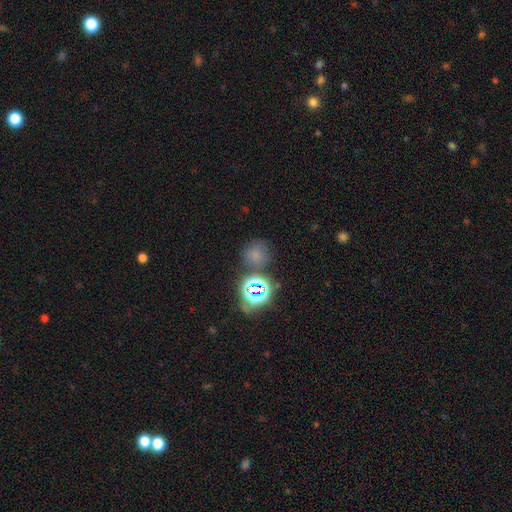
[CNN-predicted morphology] Smooth or featured? smooth (60%)
How rounded? round (83%)
Merging? none (68%)